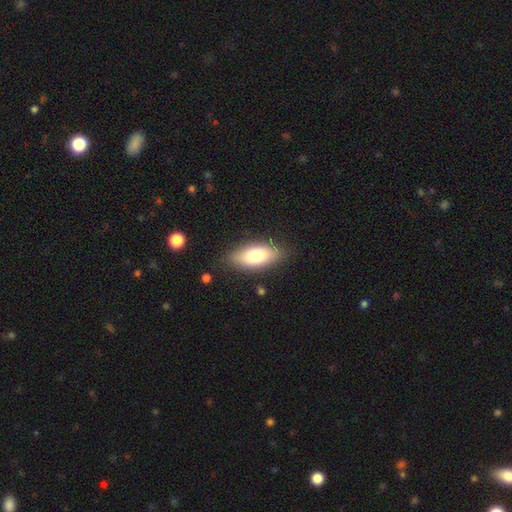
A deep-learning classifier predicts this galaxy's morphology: A smooth galaxy with no disk features (77%) that is in between round and cigar-shaped (82%). Merging: none (82%).